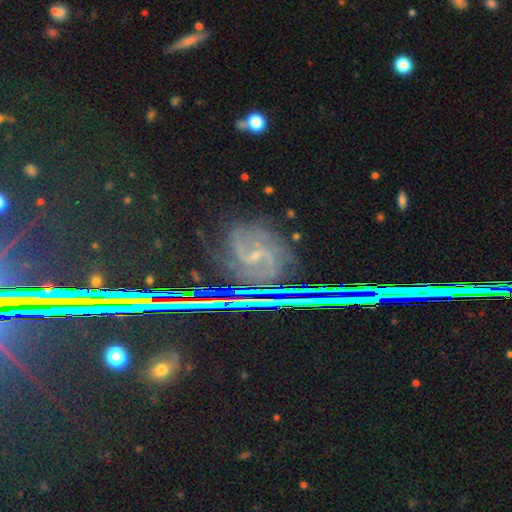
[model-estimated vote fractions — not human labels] The model was most divided on "spiral winding" (2-way tie): tight: 43%, medium: 43%, loose: 14%. Remaining: spiral arms — yes (96%); edge-on disk — no (95%); bulge size — small (76%); merging — none (74%); smooth or featured — featured or disk (73%); spiral arm count — 2 (46%); bar — weak (42%).